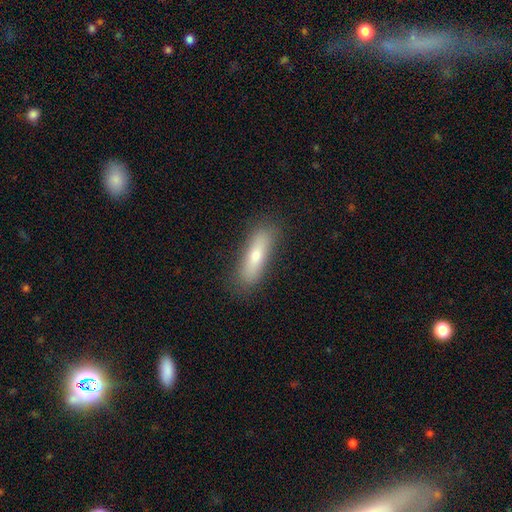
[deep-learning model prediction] smooth 69%, featured or disk 23%, star or artifact 7%. Down the decision tree: how rounded — cigar-shaped (63%); merging — none (84%).